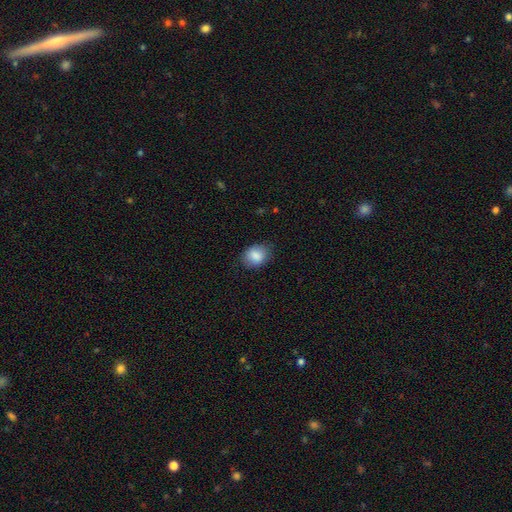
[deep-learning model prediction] Smooth or featured? Predicted: smooth (p=0.87). How rounded? Predicted: in between (p=0.57). Merging? Predicted: none (p=0.79).